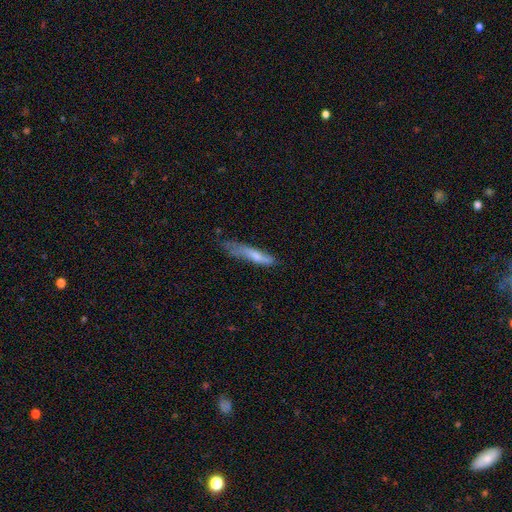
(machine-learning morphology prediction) type=smooth (63%); roundness=cigar-shaped (86%); merging=none (42%).